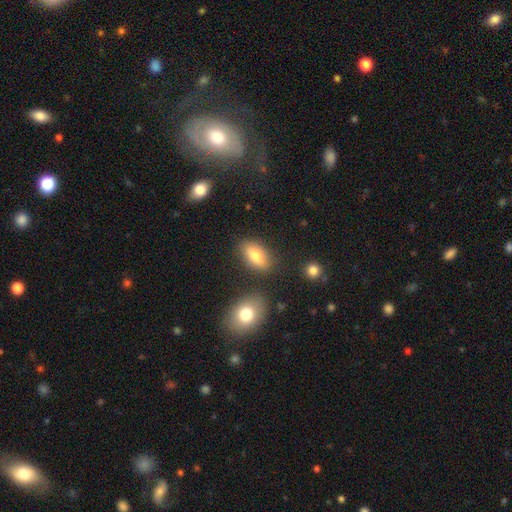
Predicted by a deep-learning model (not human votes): smooth 78%, featured or disk 14%, star or artifact 8%. Down the decision tree: how rounded — in between (89%); merging — none (81%).